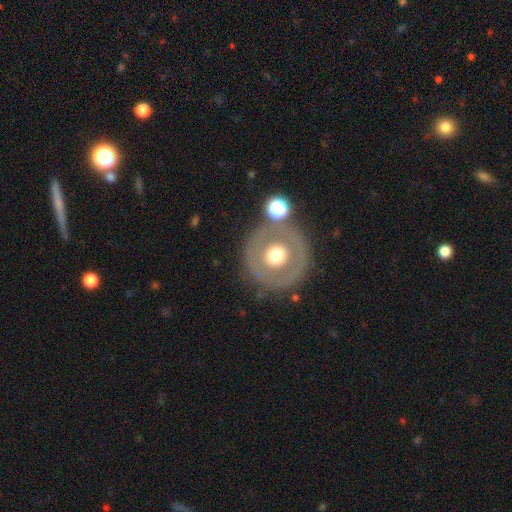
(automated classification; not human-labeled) Smooth or featured?
  - featured or disk: 56% *
  - smooth: 33%
  - star or artifact: 11%
Edge-on disk?
  - no: 93% *
  - yes: 7%
Bar?
  - no: 79% *
  - weak: 14%
  - strong: 6%
Spiral arms?
  - no: 73% *
  - yes: 27%
Bulge size?
  - moderate: 73% *
  - large: 12%
  - small: 12%
  - dominant: 2%
  - none: 1%
Merging?
  - none: 76% *
  - minor disturbance: 12%
  - merger: 7%
  - major disturbance: 5%